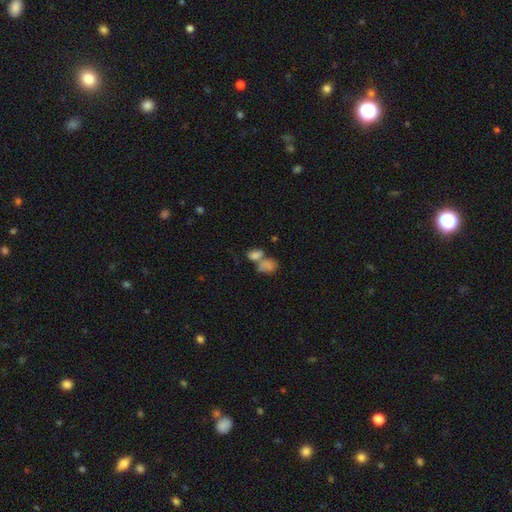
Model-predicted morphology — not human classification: The model was most divided on "merging": merger: 58%, none: 26%, minor disturbance: 10%, major disturbance: 6%. More confident: how rounded — in between (81%); smooth or featured — smooth (76%).